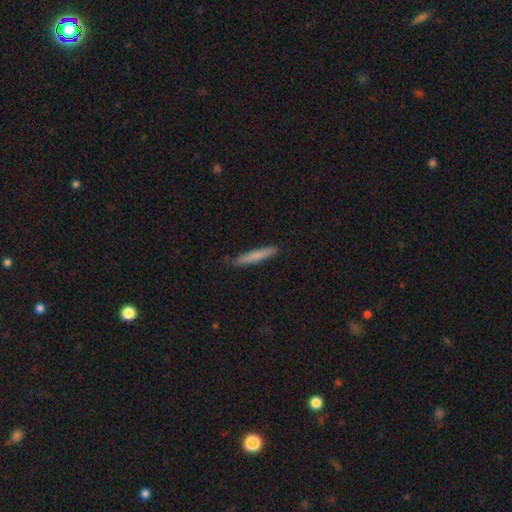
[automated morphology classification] A smooth galaxy with no disk features (76%) that is cigar-shaped (95%).

Vote fractions:
- Smooth or featured? smooth: 76% / featured or disk: 18% / star or artifact: 6%
- How rounded? cigar-shaped: 95% / in between: 4% / round: 1%
- Merging? none: 88% / minor disturbance: 9% / major disturbance: 2% / merger: 1%